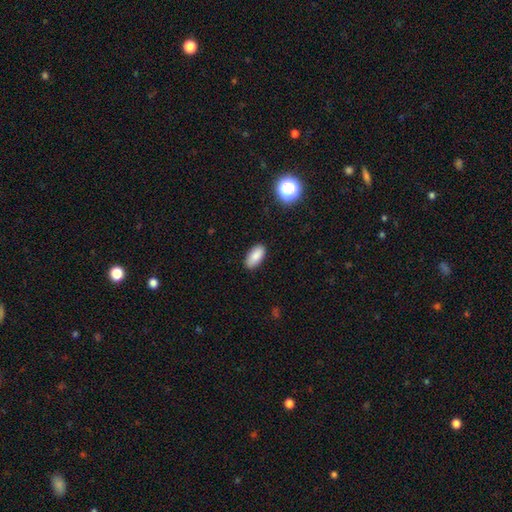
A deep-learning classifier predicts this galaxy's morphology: smooth 86%, star or artifact 8%, featured or disk 6%. Down the decision tree: how rounded — in between (91%); merging — none (87%).